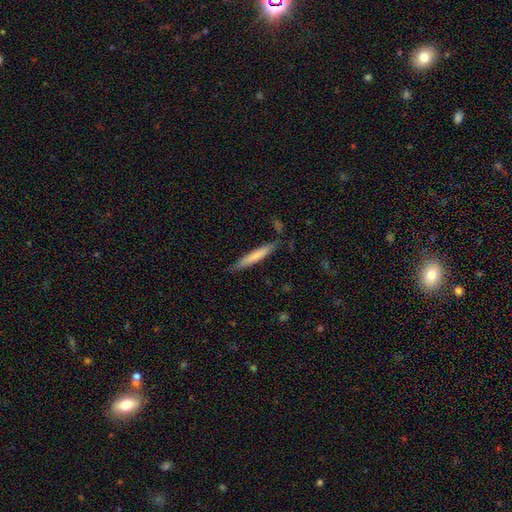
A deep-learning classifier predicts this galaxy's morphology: Smooth or featured? Predicted: smooth (p=0.69). How rounded? Predicted: cigar-shaped (p=0.94). Merging? Predicted: none (p=0.81).